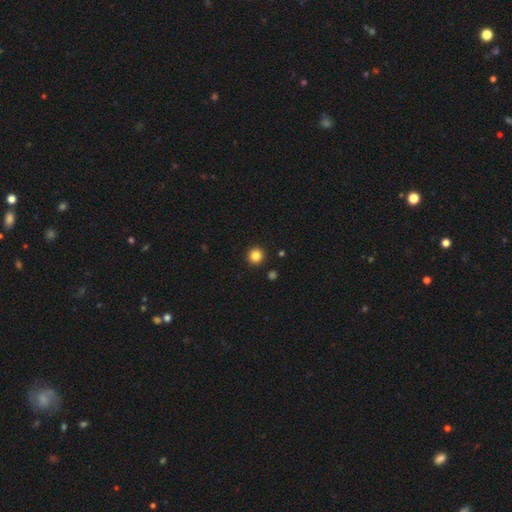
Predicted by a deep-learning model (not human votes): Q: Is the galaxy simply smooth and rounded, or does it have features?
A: smooth — 84%.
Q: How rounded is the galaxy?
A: round — 95%.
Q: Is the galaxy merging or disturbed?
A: none — 92%.